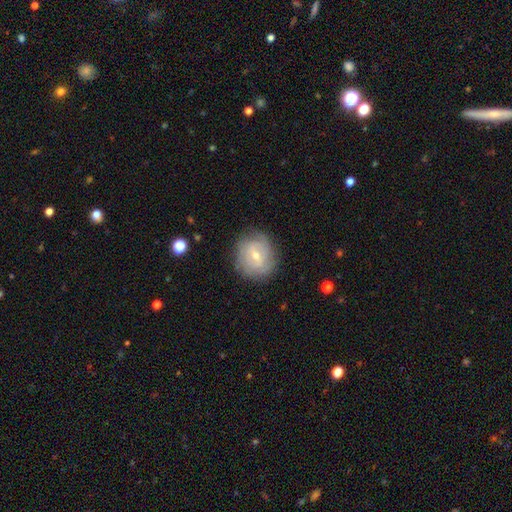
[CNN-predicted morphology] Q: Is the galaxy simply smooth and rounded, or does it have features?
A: featured or disk — 60%.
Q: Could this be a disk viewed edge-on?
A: no — 96%.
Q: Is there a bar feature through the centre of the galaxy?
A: weak — 48%.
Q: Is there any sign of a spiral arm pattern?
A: yes — 72%.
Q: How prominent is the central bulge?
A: small — 55%.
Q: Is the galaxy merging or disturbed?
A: none — 78%.